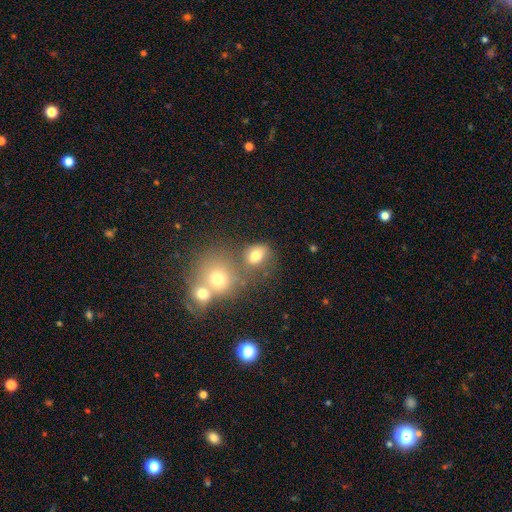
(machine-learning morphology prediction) Smooth or featured?
  - smooth: 74% *
  - star or artifact: 14%
  - featured or disk: 12%
How rounded?
  - round: 50% *
  - in between: 48%
  - cigar-shaped: 1%
Merging?
  - none: 49% *
  - merger: 31%
  - minor disturbance: 13%
  - major disturbance: 7%